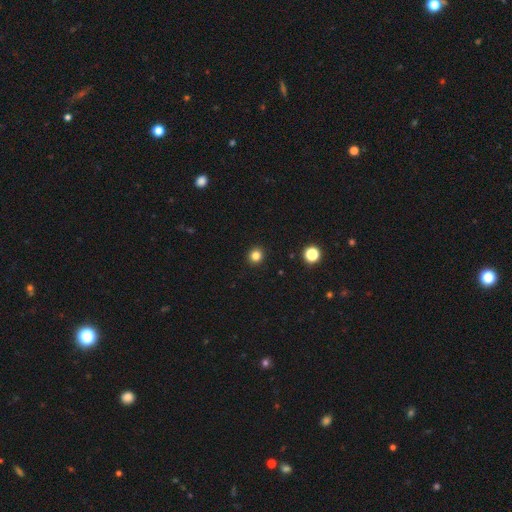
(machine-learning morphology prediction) Smooth or featured?
  - smooth: 83% *
  - star or artifact: 13%
  - featured or disk: 4%
How rounded?
  - round: 90% *
  - in between: 9%
  - cigar-shaped: 1%
Merging?
  - none: 93% *
  - minor disturbance: 5%
  - major disturbance: 1%
  - merger: 1%